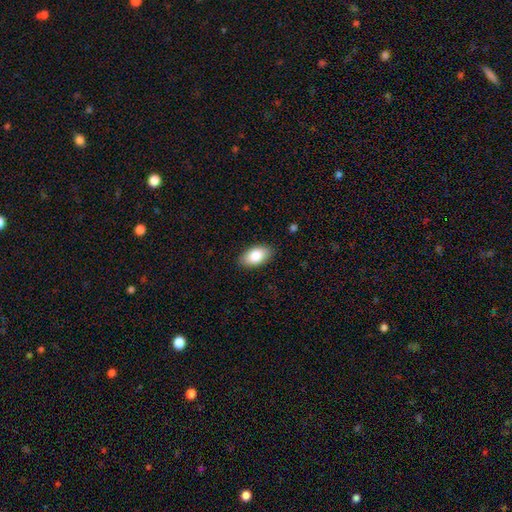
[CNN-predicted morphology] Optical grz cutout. It shows a smooth galaxy with no disk features (85%) that is in between round and cigar-shaped (95%). Merging: none (87%).